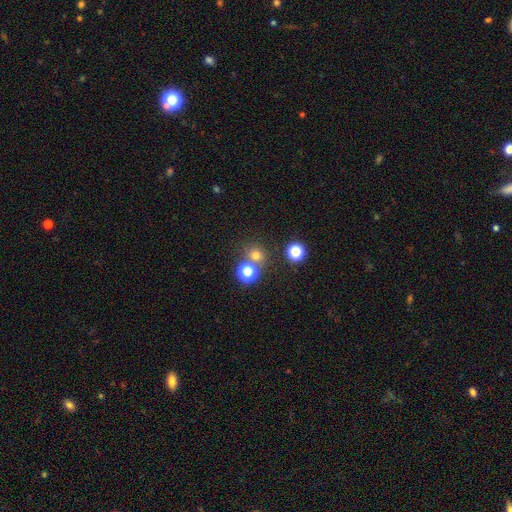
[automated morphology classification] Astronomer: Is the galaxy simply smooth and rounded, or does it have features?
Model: smooth — 69%.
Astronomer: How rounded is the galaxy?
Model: round — 87%.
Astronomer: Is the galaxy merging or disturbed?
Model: none — 71%.